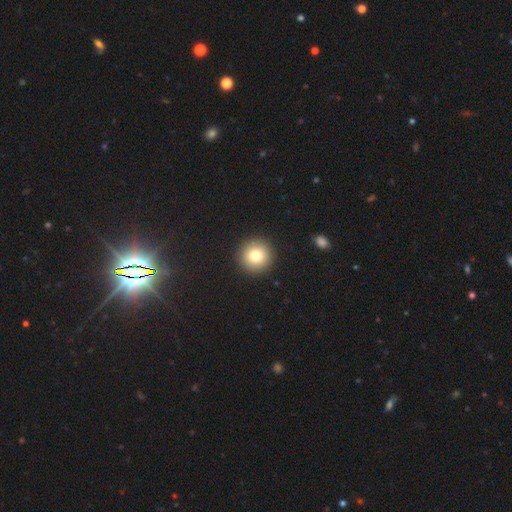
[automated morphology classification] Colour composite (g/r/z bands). It shows a smooth galaxy with no disk features (80%) that is round (95%). Merging: none (93%).